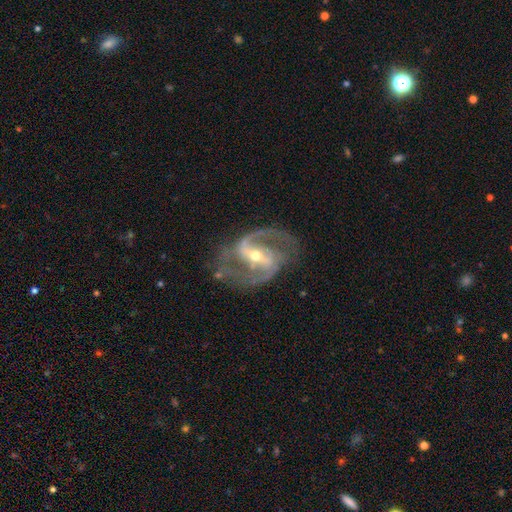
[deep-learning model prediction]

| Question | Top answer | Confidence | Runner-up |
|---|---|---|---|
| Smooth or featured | featured or disk | 92% | star or artifact (5%) |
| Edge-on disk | no | 97% | yes (3%) |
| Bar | strong | 53% | weak (34%) |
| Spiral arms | yes | 98% | no (2%) |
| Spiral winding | medium | 62% | loose (22%) |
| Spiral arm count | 2 | 91% | 3 (3%) |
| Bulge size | moderate | 52% | small (45%) |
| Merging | none | 73% | minor disturbance (16%) |